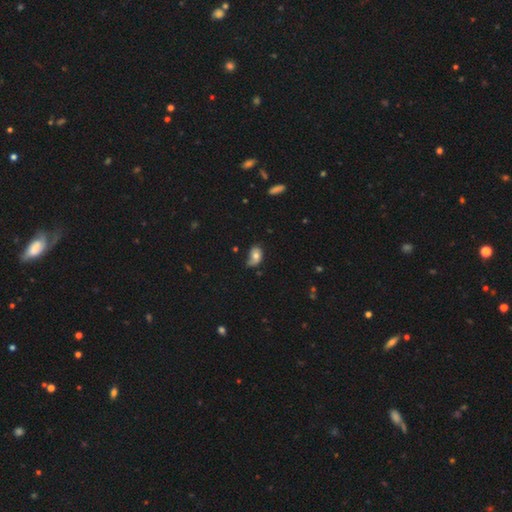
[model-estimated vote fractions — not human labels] smooth 65%, featured or disk 26%, star or artifact 9%. Down the decision tree: how rounded — in between (84%); merging — none (42%).